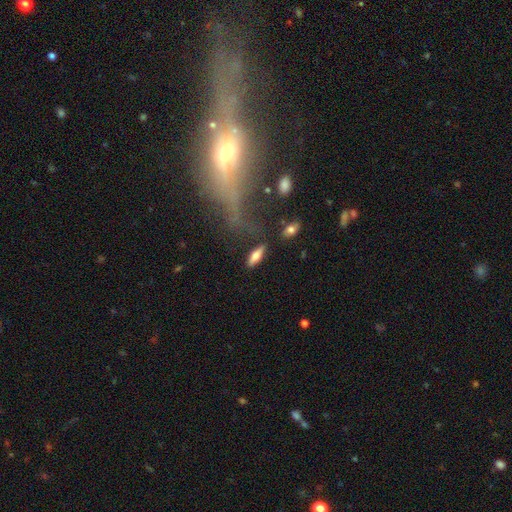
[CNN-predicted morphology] Smooth or featured? Predicted: smooth (p=0.67). How rounded? Predicted: in between (p=0.54). Merging? Predicted: none (p=0.78).